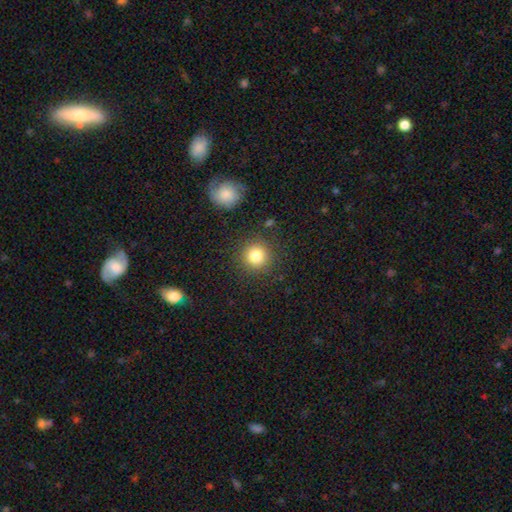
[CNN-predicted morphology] smooth 83%, star or artifact 10%, featured or disk 6%. Down the decision tree: how rounded — round (93%); merging — none (86%).